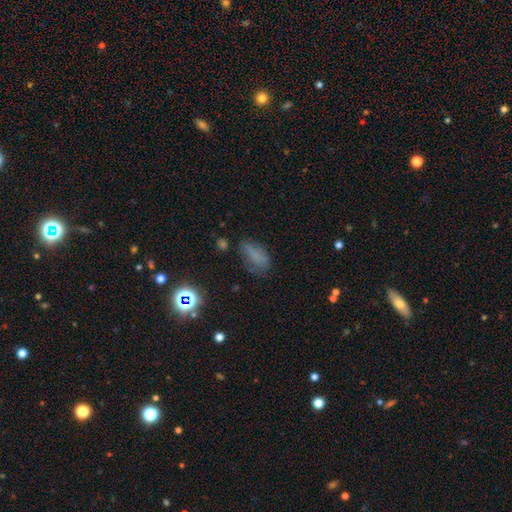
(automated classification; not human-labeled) Smooth or featured?
  - smooth: 58% *
  - star or artifact: 24%
  - featured or disk: 18%
How rounded?
  - in between: 77% *
  - cigar-shaped: 15%
  - round: 8%
Merging?
  - none: 49% *
  - minor disturbance: 29%
  - major disturbance: 18%
  - merger: 4%